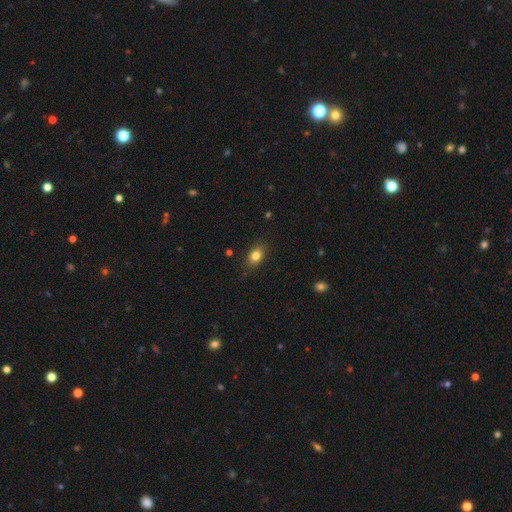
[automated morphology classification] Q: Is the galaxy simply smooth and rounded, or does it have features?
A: smooth — 82%.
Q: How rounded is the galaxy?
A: in between — 74%.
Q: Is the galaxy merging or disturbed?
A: none — 83%.